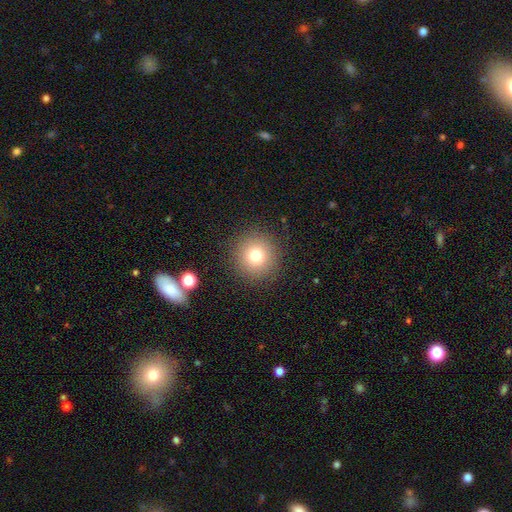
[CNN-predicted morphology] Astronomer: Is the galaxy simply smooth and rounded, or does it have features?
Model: smooth — 76%.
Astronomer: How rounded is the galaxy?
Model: round — 95%.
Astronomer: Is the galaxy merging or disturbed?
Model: none — 90%.